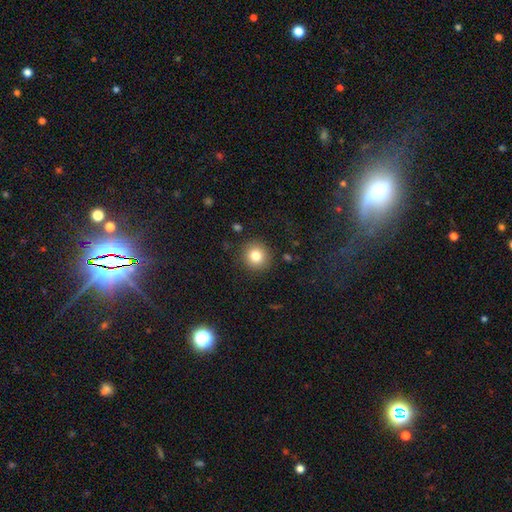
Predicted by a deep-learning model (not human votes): Smooth or featured?
  - smooth: 81% *
  - star or artifact: 11%
  - featured or disk: 8%
How rounded?
  - round: 91% *
  - in between: 8%
  - cigar-shaped: 1%
Merging?
  - none: 89% *
  - minor disturbance: 7%
  - major disturbance: 3%
  - merger: 1%